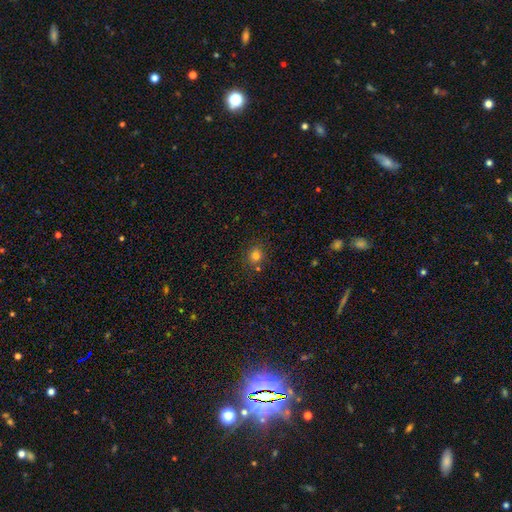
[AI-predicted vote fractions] Smooth or featured? Predicted: smooth (p=0.78). How rounded? Predicted: round (p=0.77). Merging? Predicted: none (p=0.76).